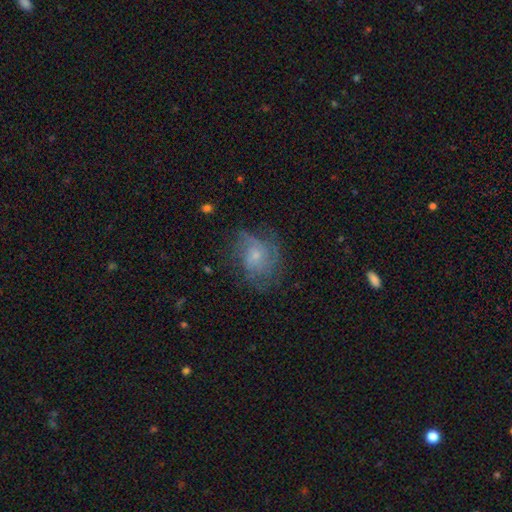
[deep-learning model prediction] Smooth or featured? featured or disk (60%)
Edge-on disk? no (97%)
Bar? no (75%)
Spiral arms? yes (80%)
Bulge size? small (63%)
Merging? none (56%)